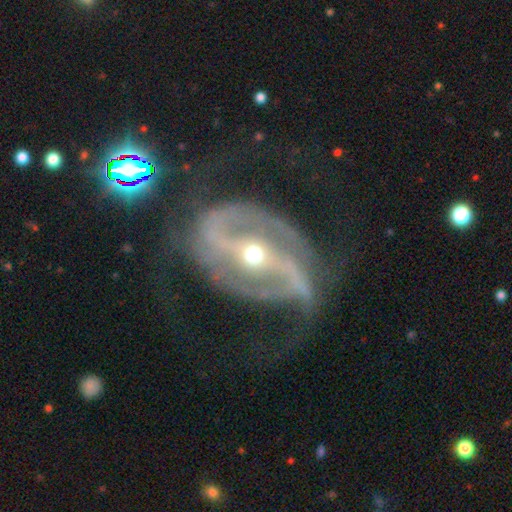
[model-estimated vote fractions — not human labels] Q: Smooth or featured?
A: featured or disk (90%); runner-up: star or artifact (6%)
Q: Edge-on disk?
A: no (96%); runner-up: yes (4%)
Q: Bar?
A: strong (71%); runner-up: weak (19%)
Q: Spiral arms?
A: yes (96%); runner-up: no (4%)
Q: Spiral winding?
A: medium (47%); runner-up: loose (30%)
Q: Spiral arm count?
A: 2 (81%); runner-up: 3 (6%)
Q: Bulge size?
A: small (54%); runner-up: moderate (42%)
Q: Merging?
A: none (54%); runner-up: major disturbance (23%)